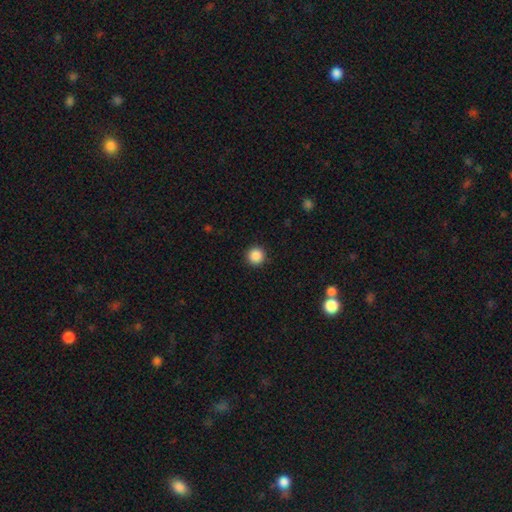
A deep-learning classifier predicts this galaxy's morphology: Overall: smooth (88%). How rounded: round (96%). Merging: none (93%).